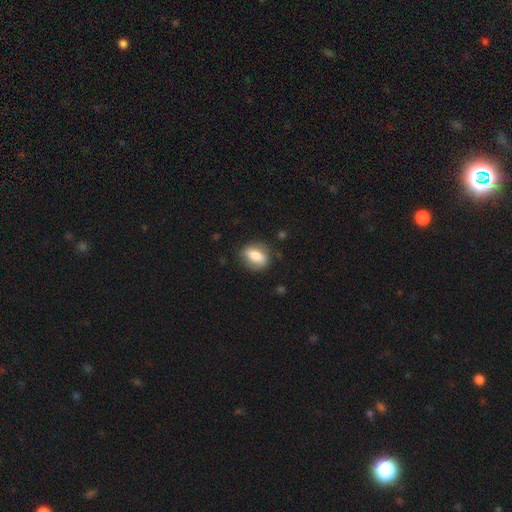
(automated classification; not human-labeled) The model was most divided on "merging": none: 75%, minor disturbance: 18%, major disturbance: 5%, merger: 2%. More confident: smooth or featured — smooth (80%); how rounded — in between (79%).